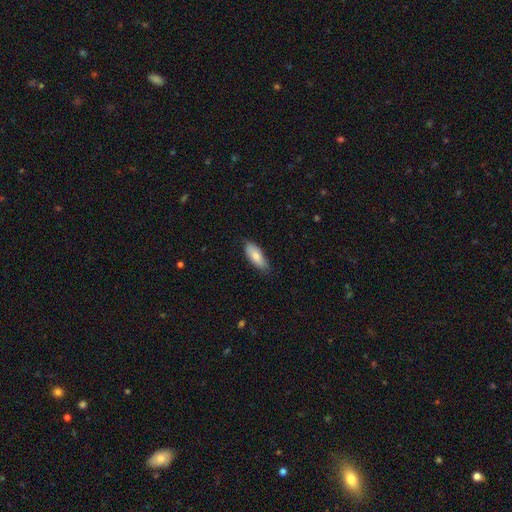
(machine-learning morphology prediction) smooth 81%, featured or disk 13%, star or artifact 6%. Down the decision tree: how rounded — in between (75%); merging — none (77%).